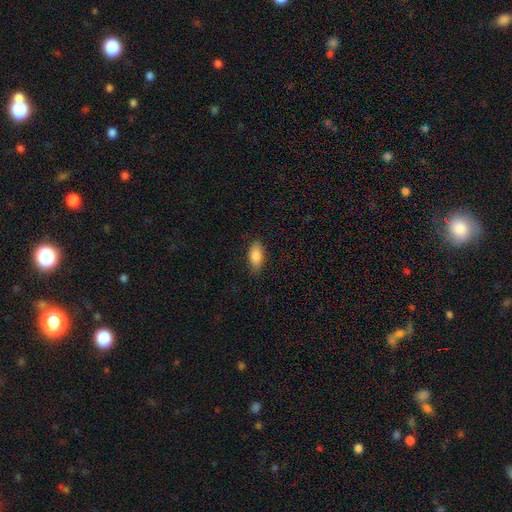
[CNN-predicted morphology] Smooth or featured? smooth (86%)
How rounded? in between (89%)
Merging? none (84%)